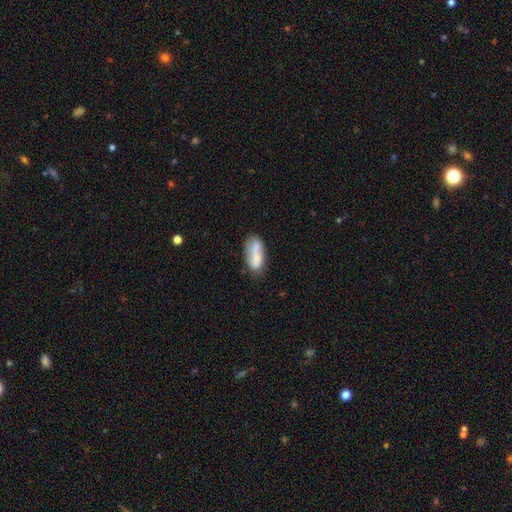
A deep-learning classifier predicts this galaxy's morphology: This is likely a smooth galaxy (67%). How rounded: clearly in between (84%). Merging: possibly none (51%).